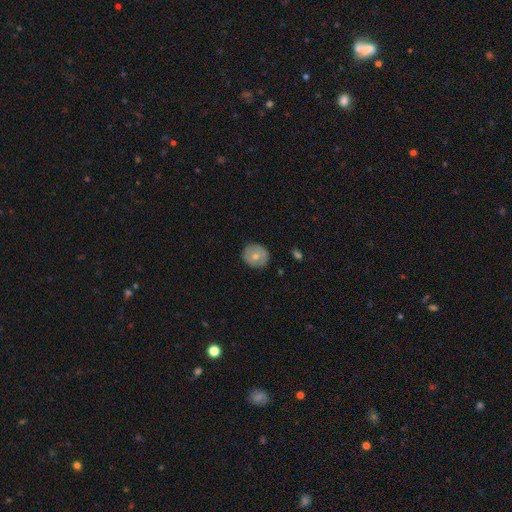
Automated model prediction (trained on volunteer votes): A smooth galaxy with no disk features (63%) that is round (85%). Merging: none (87%).